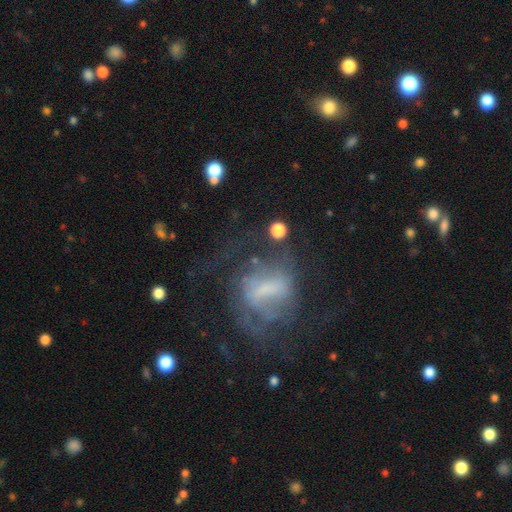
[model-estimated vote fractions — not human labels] This is likely a featured or disk galaxy (61%). It is clearly not viewed edge-on (91%). Bar: marginally weak (39%, tied with strong). Spiral arm pattern: likely yes (73%). Central bulge: marginally small (36%). Merging: possibly none (56%).